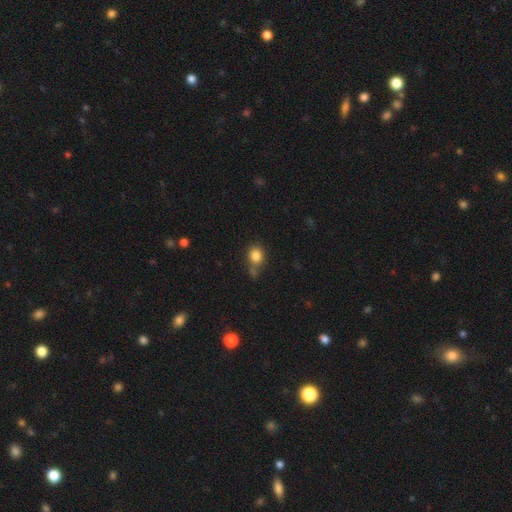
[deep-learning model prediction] A smooth galaxy with no disk features (83%) that is round (69%).

Vote fractions:
- Smooth or featured? smooth: 83% / star or artifact: 11% / featured or disk: 7%
- How rounded? round: 69% / in between: 30% / cigar-shaped: 1%
- Merging? none: 61% / minor disturbance: 19% / merger: 14% / major disturbance: 6%